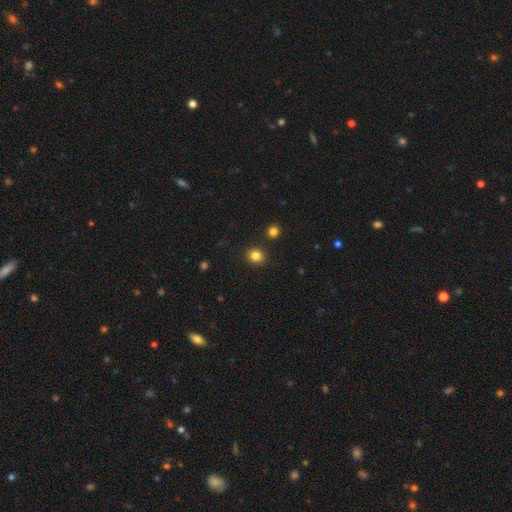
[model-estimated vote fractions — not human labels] The model was most divided on "how rounded": round: 73%, in between: 27%, cigar-shaped: 1%. More confident: merging — none (89%); smooth or featured — smooth (83%).